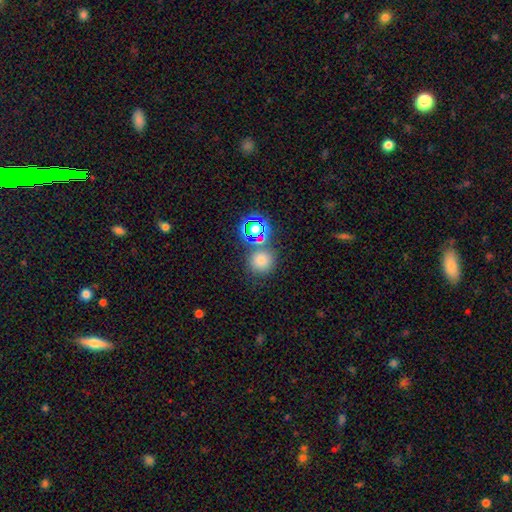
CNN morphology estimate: smooth-or-featured: smooth: 62% | star or artifact: 30% | featured or disk: 7%
  how-rounded: round: 91% | in between: 8% | cigar-shaped: 1%
  merging: none: 73% | merger: 14% | minor disturbance: 9% | major disturbance: 4%